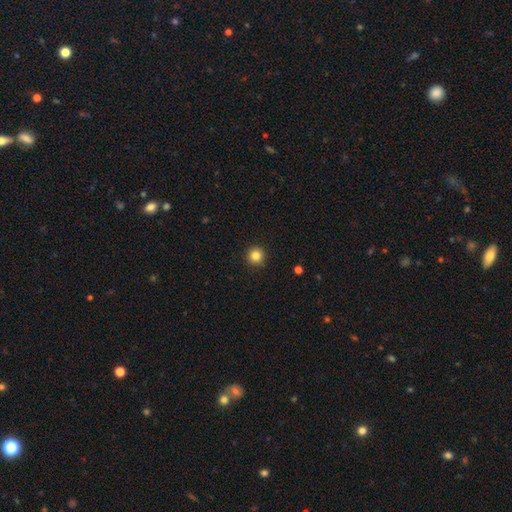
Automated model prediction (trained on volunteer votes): smooth 84%, star or artifact 11%, featured or disk 5%. Down the decision tree: how rounded — round (96%); merging — none (93%).